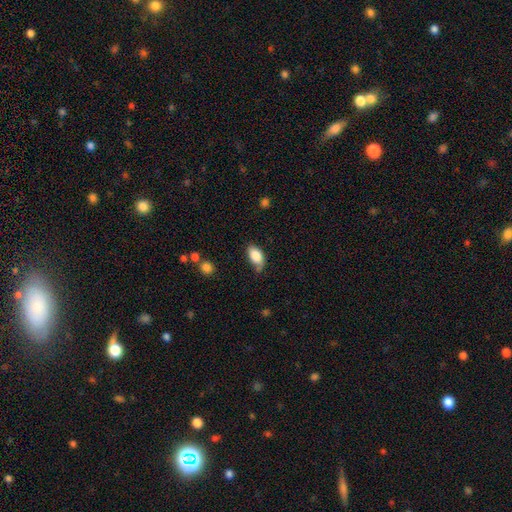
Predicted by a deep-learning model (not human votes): This appears to be a smooth galaxy with no disk features (84%) that is in between round and cigar-shaped (93%). Merging: none (59%).